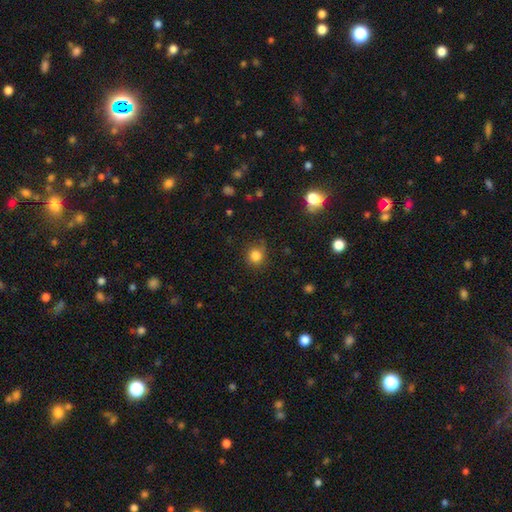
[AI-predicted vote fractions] Smooth or featured? Predicted: smooth (p=0.82). How rounded? Predicted: round (p=0.89). Merging? Predicted: none (p=0.82).